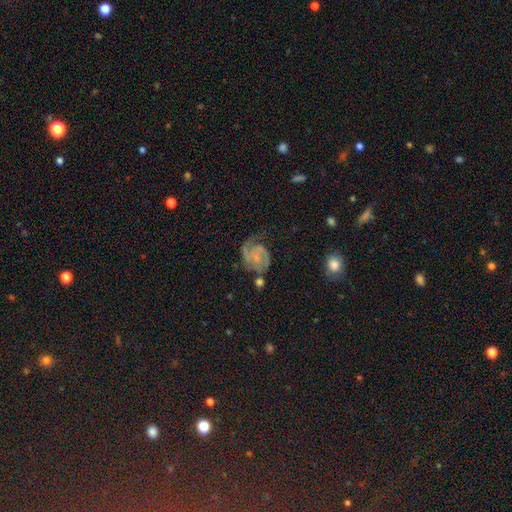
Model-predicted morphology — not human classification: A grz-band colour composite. It shows a featured or disk galaxy (79%) with no bar (61%), 2 (65%) medium (46%) spiral arms (93%) and a small central bulge (59%). Merging: none (48%).